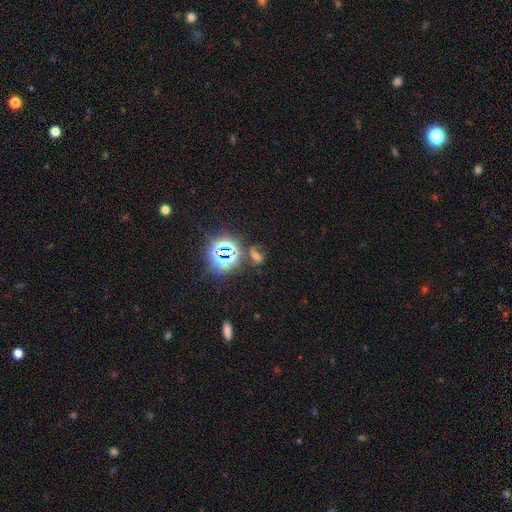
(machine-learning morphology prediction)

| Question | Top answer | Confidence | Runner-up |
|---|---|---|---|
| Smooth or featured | star or artifact | 50% | smooth (30%) |